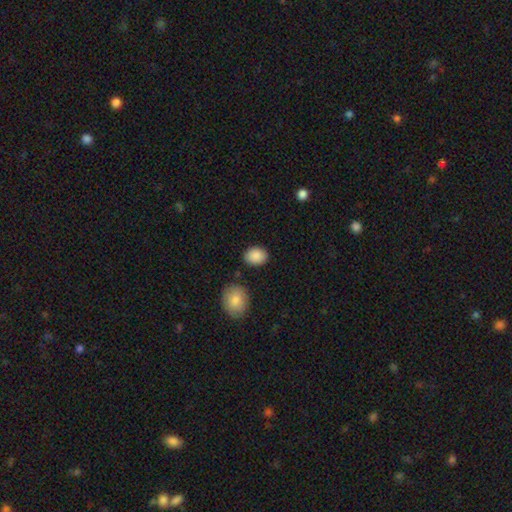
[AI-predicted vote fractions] Q: Smooth or featured?
A: smooth (89%); runner-up: star or artifact (7%)
Q: How rounded?
A: in between (65%); runner-up: round (34%)
Q: Merging?
A: none (84%); runner-up: minor disturbance (10%)